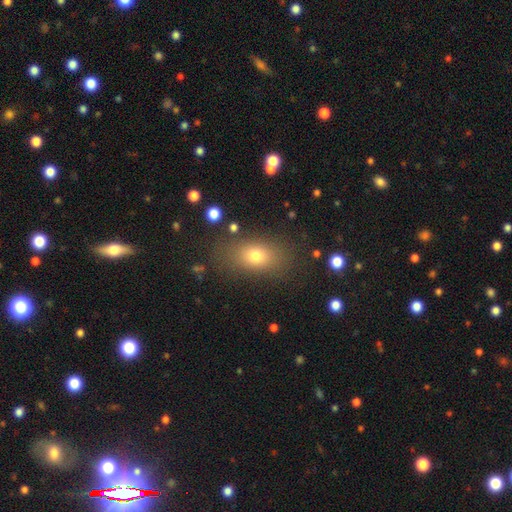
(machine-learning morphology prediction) This is likely a smooth galaxy (73%). How rounded: likely in between (77%). Merging: clearly none (82%).